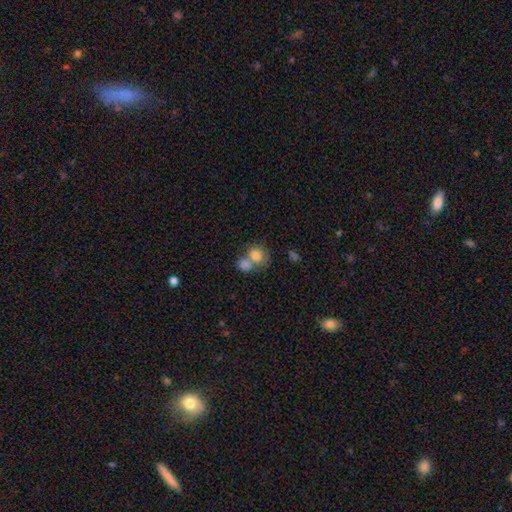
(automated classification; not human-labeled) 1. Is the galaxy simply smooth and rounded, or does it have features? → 78% smooth, 13% featured or disk, 9% star or artifact.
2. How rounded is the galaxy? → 70% round, 29% in between, 1% cigar-shaped.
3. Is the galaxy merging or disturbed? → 56% merger, 31% none, 8% minor disturbance, 5% major disturbance.